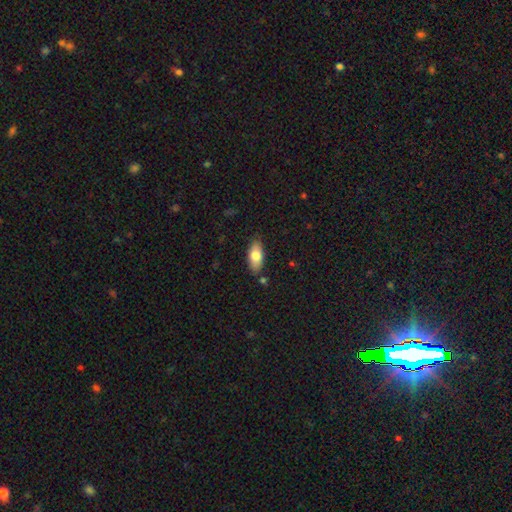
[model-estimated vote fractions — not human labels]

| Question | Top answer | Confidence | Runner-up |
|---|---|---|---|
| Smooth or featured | smooth | 77% | featured or disk (16%) |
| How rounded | in between | 87% | cigar-shaped (10%) |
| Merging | none | 82% | minor disturbance (12%) |